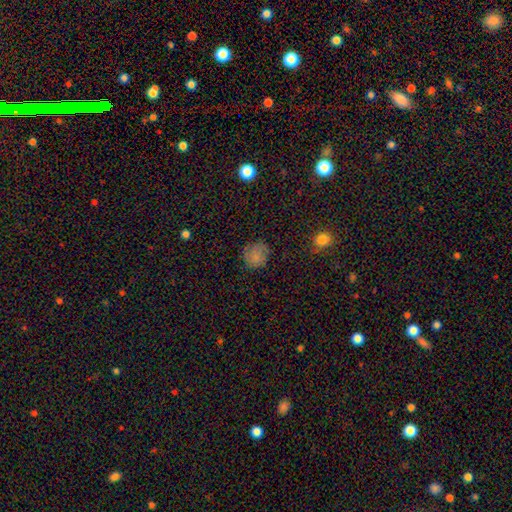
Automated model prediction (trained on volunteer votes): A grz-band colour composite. It shows a smooth galaxy with no disk features (76%) that is round (83%). Merging: none (76%).